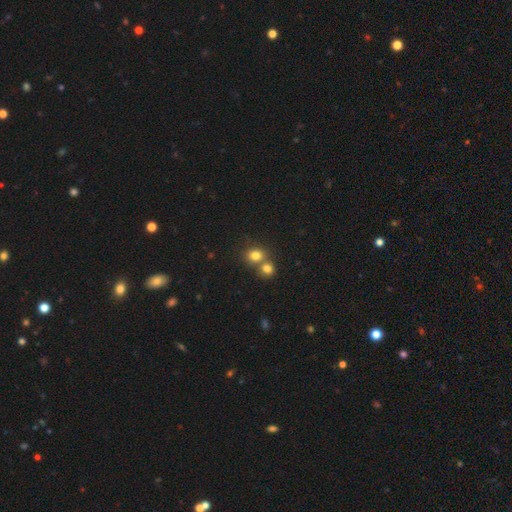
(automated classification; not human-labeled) Smooth or featured?
  - smooth: 79% *
  - star or artifact: 13%
  - featured or disk: 8%
How rounded?
  - round: 73% *
  - in between: 26%
  - cigar-shaped: 1%
Merging?
  - merger: 46% *
  - none: 45%
  - minor disturbance: 7%
  - major disturbance: 3%